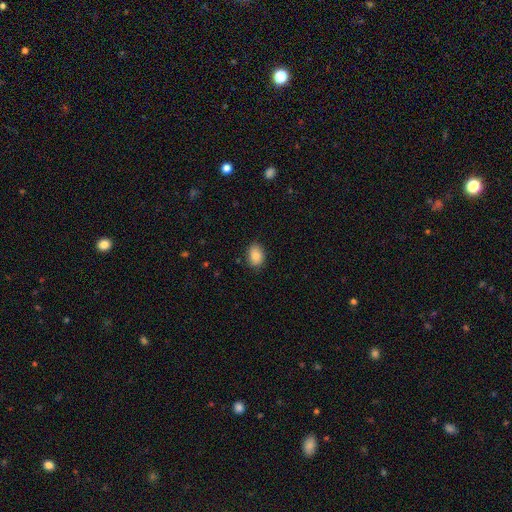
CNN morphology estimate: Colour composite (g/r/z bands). It shows a smooth galaxy with no disk features (87%) that is in between round and cigar-shaped (78%). Merging: none (82%).